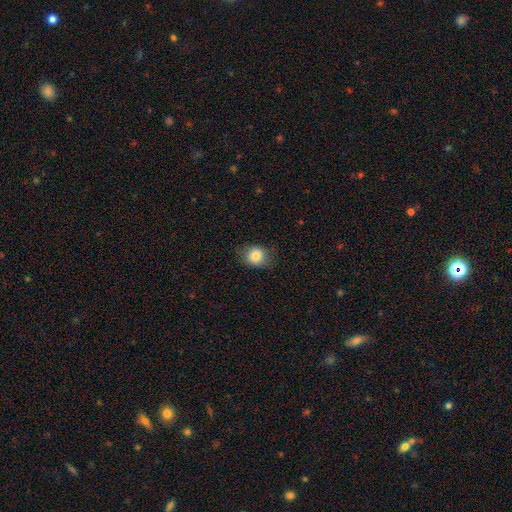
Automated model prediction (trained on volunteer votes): Overall: smooth (82%). How rounded: round (63%; in between 36%). Merging: none (76%).